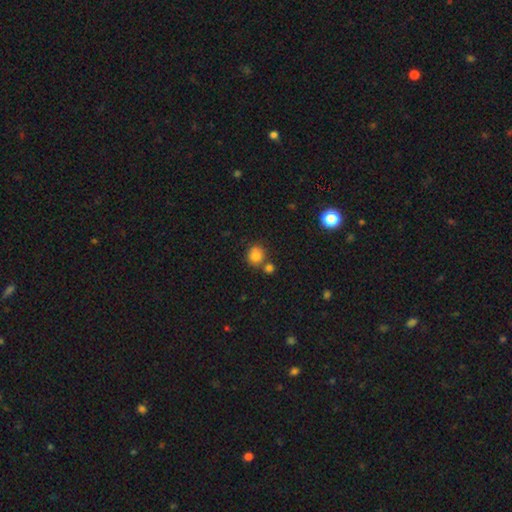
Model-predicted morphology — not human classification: Smooth or featured? Predicted: smooth (p=0.82). How rounded? Predicted: round (p=0.85). Merging? Predicted: none (p=0.64).